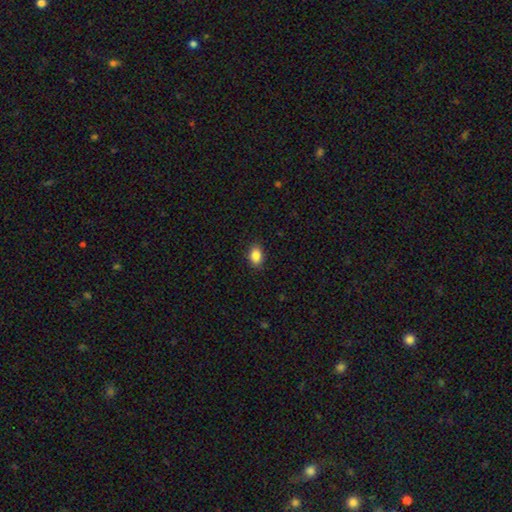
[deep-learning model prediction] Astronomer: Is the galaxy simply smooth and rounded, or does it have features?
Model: smooth — 87%.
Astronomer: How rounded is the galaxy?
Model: in between — 83%.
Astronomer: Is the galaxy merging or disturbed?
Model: none — 89%.